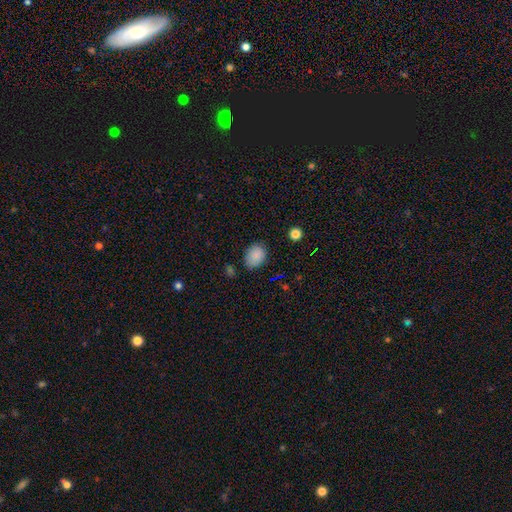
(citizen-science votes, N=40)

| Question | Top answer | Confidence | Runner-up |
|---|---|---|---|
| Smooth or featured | smooth | 75% | featured or disk (12%) |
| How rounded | in between | 57% | round (43%) |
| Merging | none | 86% | minor disturbance (14%) |